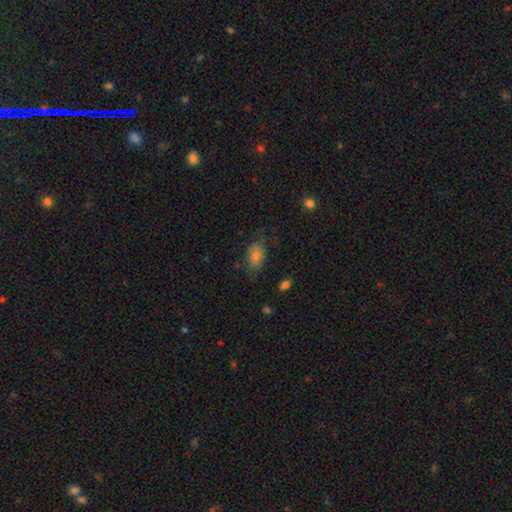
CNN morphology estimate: This appears to be a smooth galaxy with no disk features (70%) that is in between round and cigar-shaped (89%). Merging: none (66%).